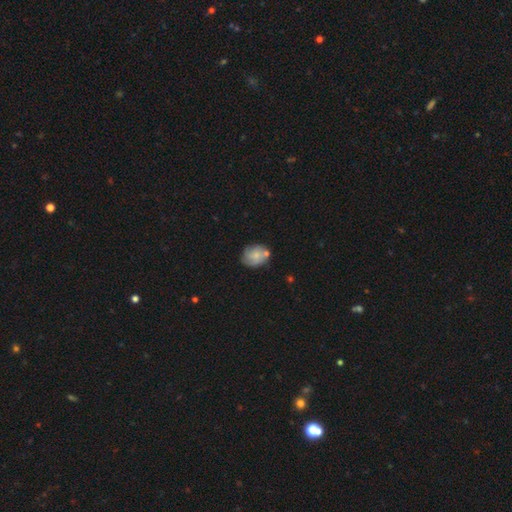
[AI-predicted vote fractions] Morphology: type=smooth (59%); roundness=round (56%); merging=none (61%).